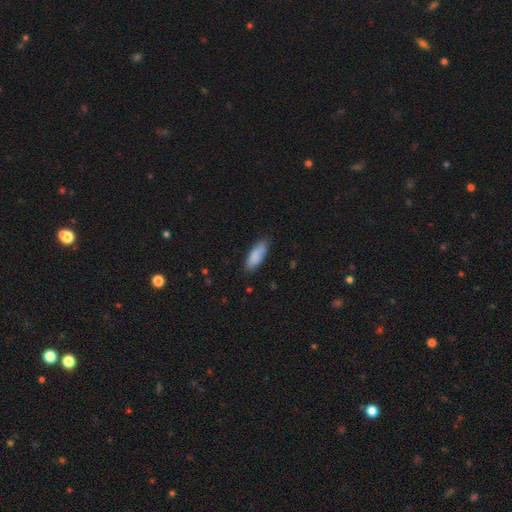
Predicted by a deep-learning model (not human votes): This appears to be a smooth galaxy with no disk features (85%) that is in between round and cigar-shaped (70%). Merging: none (76%).